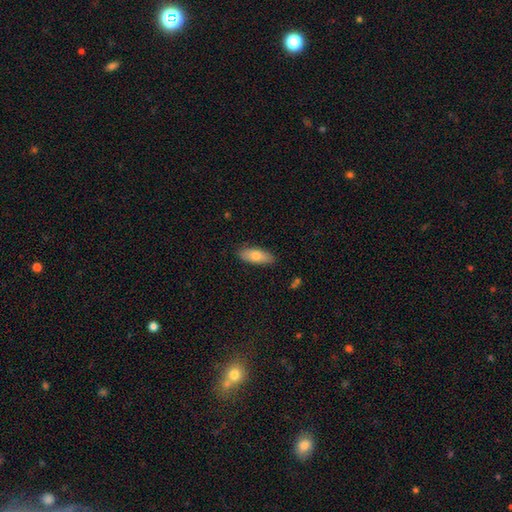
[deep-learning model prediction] Q: Smooth or featured?
A: smooth (76%); runner-up: featured or disk (18%)
Q: How rounded?
A: in between (73%); runner-up: cigar-shaped (25%)
Q: Merging?
A: none (86%); runner-up: minor disturbance (11%)